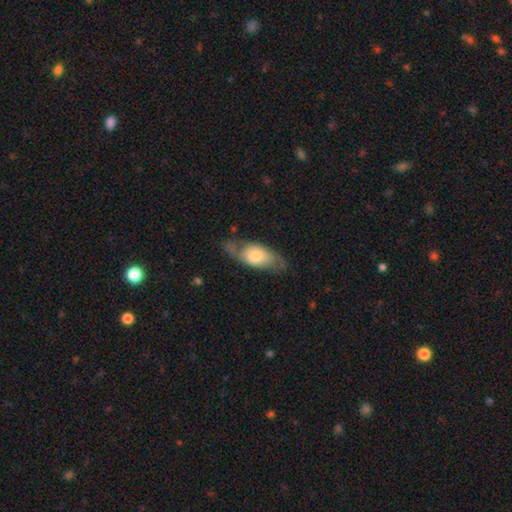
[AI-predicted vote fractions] smooth-or-featured: featured or disk: 51% | smooth: 43% | star or artifact: 6%
  disk-edge-on: no: 80% | yes: 20%
  merging: none: 62% | minor disturbance: 23% | major disturbance: 13% | merger: 2%